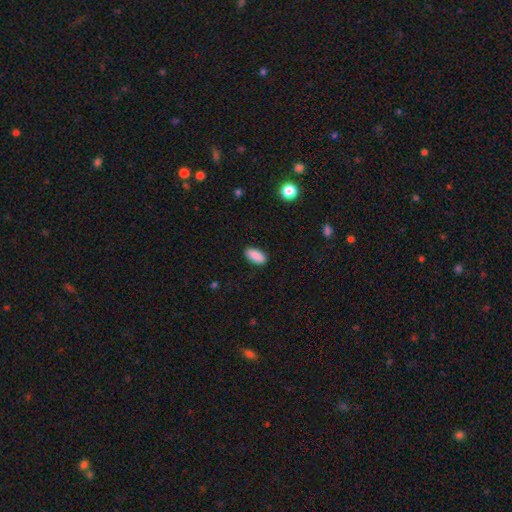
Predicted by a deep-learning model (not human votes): Smooth or featured? smooth (90%)
How rounded? in between (91%)
Merging? none (89%)